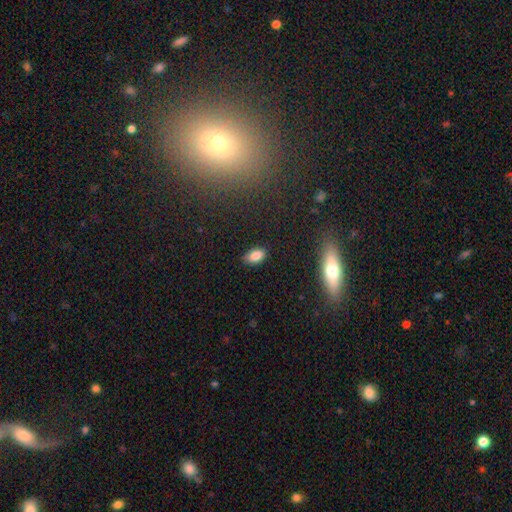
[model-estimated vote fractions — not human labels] The model was most divided on "merging": none: 83%, minor disturbance: 13%, major disturbance: 2%, merger: 1%. More confident: how rounded — in between (91%); smooth or featured — smooth (84%).